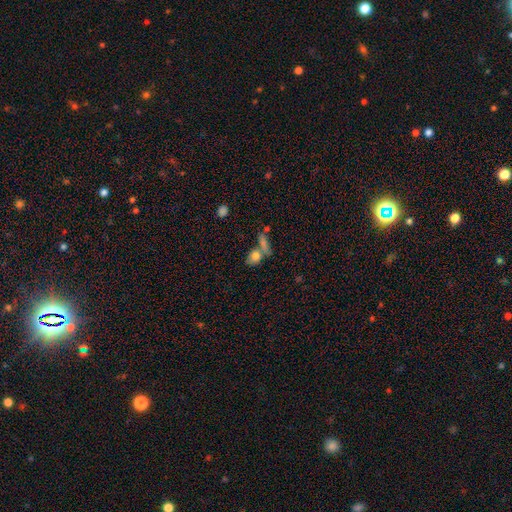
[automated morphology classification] Q: Smooth or featured?
A: smooth (76%); runner-up: featured or disk (13%)
Q: How rounded?
A: in between (56%); runner-up: round (36%)
Q: Merging?
A: merger (41%); tied with: none (41%)